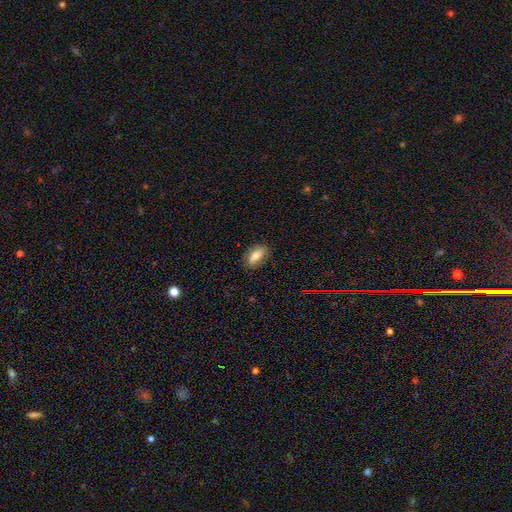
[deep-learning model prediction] Smooth or featured? Predicted: smooth (p=0.69). How rounded? Predicted: in between (p=0.84). Merging? Predicted: none (p=0.82).